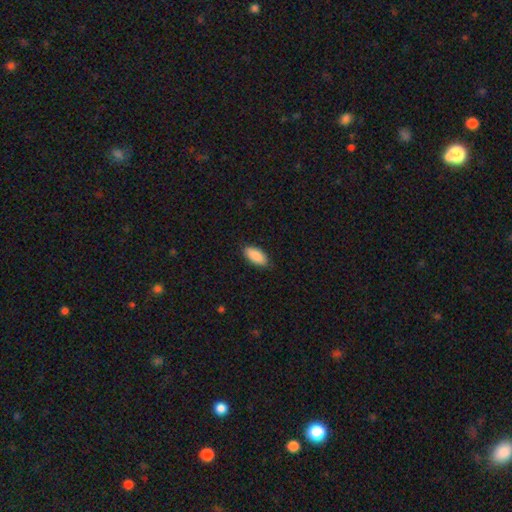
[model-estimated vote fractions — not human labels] Smooth or featured: smooth — 89% (star or artifact — 6%)
How rounded: in between — 90% (cigar-shaped — 8%)
Merging: none — 84% (minor disturbance — 13%)